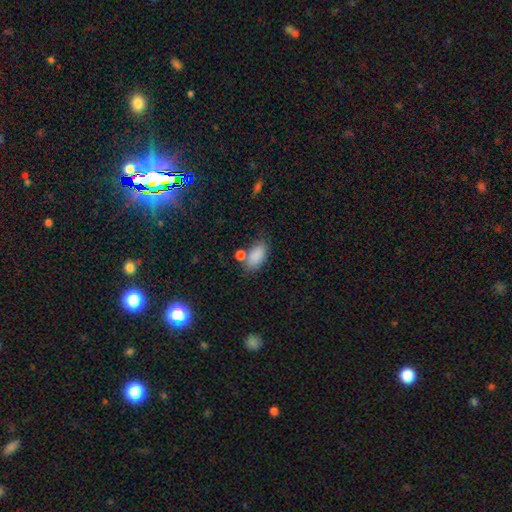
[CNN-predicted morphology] smooth-or-featured: smooth: 86% | star or artifact: 8% | featured or disk: 6%
  how-rounded: in between: 92% | round: 6% | cigar-shaped: 2%
  merging: none: 61% | minor disturbance: 17% | merger: 16% | major disturbance: 6%